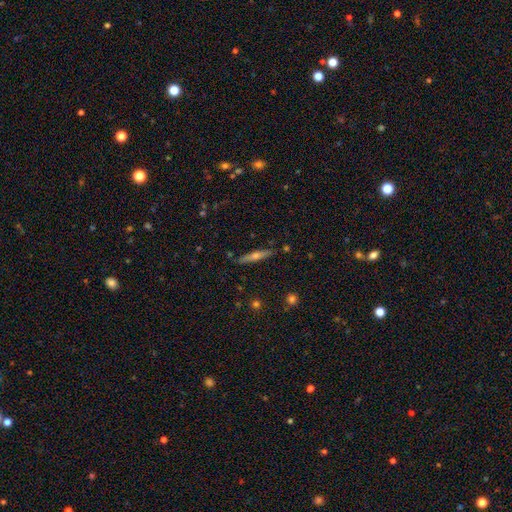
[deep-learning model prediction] Smooth or featured? Predicted: featured or disk (p=0.52). Edge-on disk? Predicted: yes (p=0.93). Merging? Predicted: none (p=0.87).